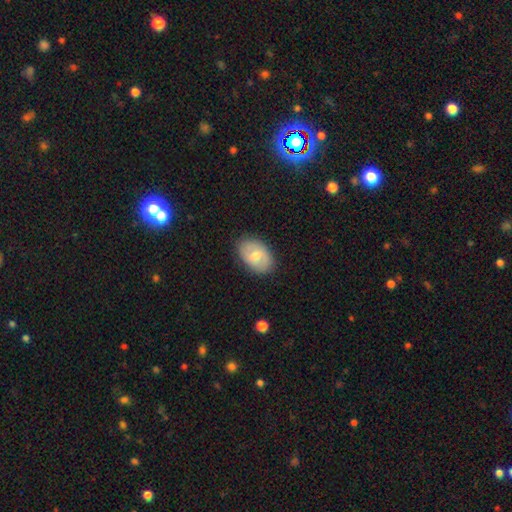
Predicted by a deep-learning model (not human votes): Q: Smooth or featured?
A: smooth (63%); runner-up: featured or disk (30%)
Q: How rounded?
A: in between (87%); runner-up: round (12%)
Q: Merging?
A: none (86%); runner-up: minor disturbance (11%)